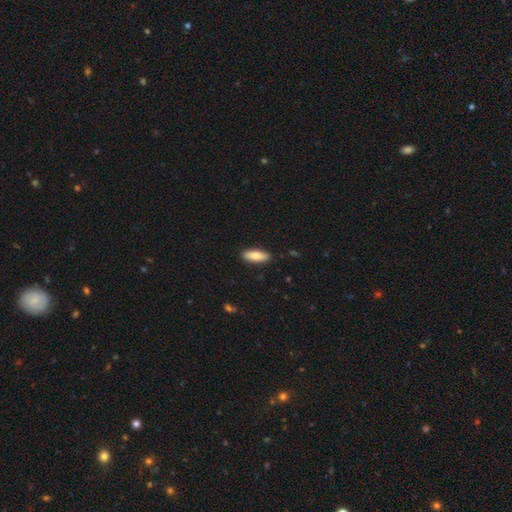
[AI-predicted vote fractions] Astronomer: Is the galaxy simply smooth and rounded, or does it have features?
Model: smooth — 80%.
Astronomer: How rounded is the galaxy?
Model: in between — 64%.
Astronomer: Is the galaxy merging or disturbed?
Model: none — 89%.